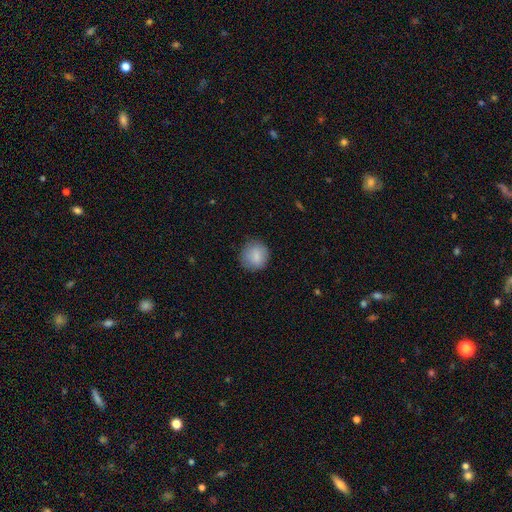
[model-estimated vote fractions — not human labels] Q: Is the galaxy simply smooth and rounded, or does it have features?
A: smooth — 84%.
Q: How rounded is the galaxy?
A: round — 89%.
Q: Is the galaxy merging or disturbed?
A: none — 85%.